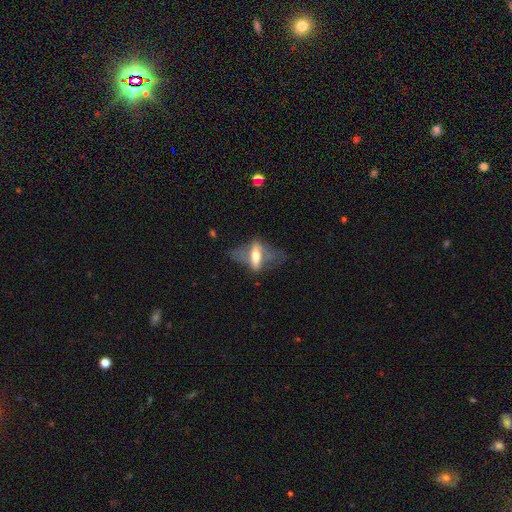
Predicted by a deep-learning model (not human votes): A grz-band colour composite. It shows a featured or disk galaxy (59%) viewed edge-on (55%). Merging: none (39%).